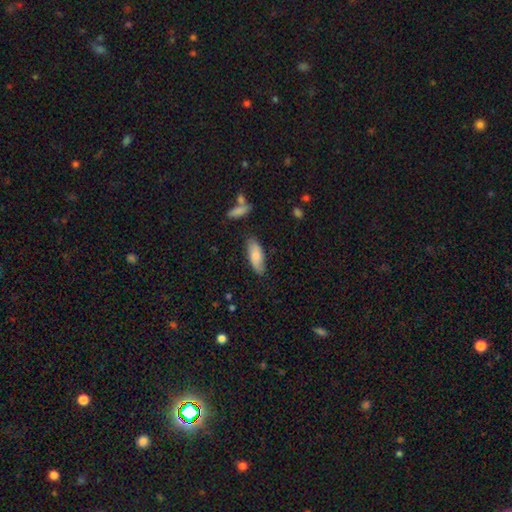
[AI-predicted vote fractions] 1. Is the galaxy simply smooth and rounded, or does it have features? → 78% smooth, 16% featured or disk, 6% star or artifact.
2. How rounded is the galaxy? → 74% in between, 24% cigar-shaped, 2% round.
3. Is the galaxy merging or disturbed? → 80% none, 15% minor disturbance, 3% major disturbance, 2% merger.